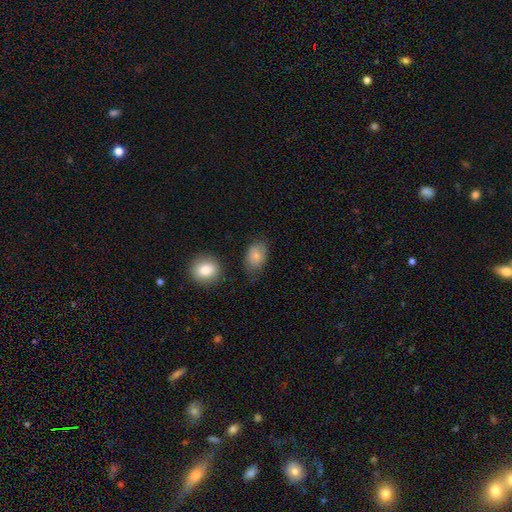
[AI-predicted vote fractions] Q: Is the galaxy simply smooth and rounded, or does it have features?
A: smooth — 82%.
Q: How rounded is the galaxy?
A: in between — 81%.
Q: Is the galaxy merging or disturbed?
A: none — 66%.